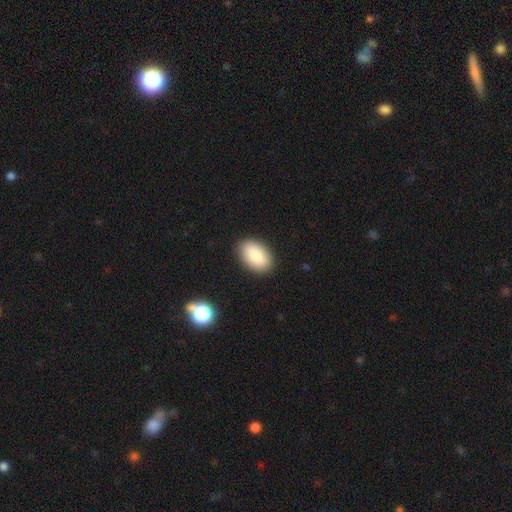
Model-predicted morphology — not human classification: Q: Smooth or featured?
A: smooth (83%); runner-up: featured or disk (10%)
Q: How rounded?
A: in between (92%); runner-up: round (6%)
Q: Merging?
A: none (88%); runner-up: minor disturbance (8%)